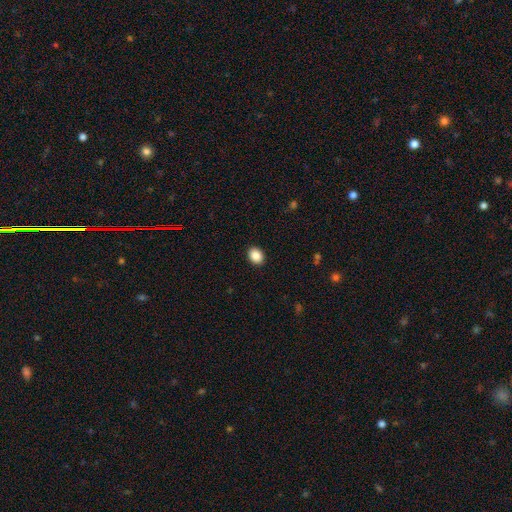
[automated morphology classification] smooth_or_featured: smooth (p=0.88) [alt: star or artifact p=0.08]
how_rounded: in between (p=0.61) [alt: round p=0.38]
merging: none (p=0.91) [alt: minor disturbance p=0.06]